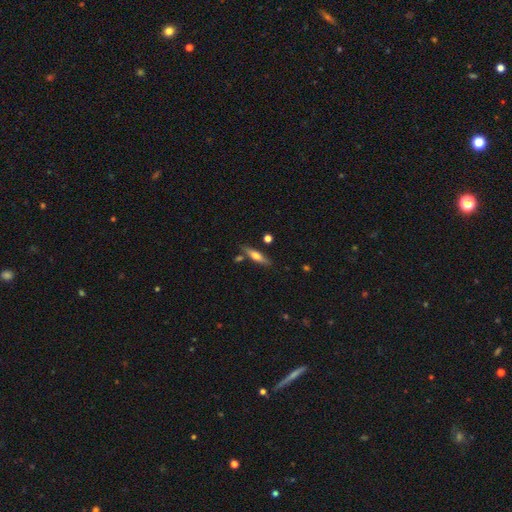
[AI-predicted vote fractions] Q: Smooth or featured?
A: smooth (47%); tied with: featured or disk (47%)
Q: Merging?
A: none (80%); runner-up: minor disturbance (12%)